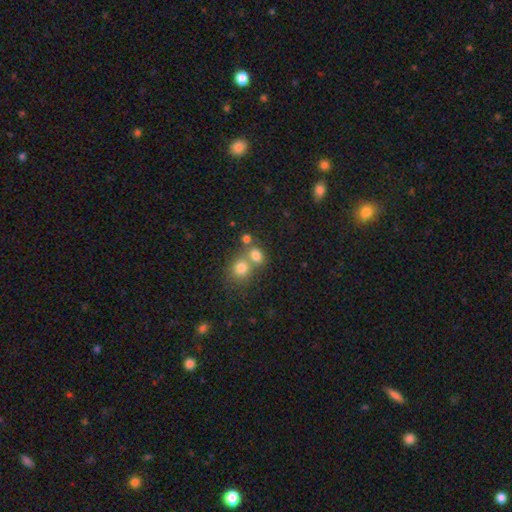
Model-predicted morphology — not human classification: smooth-or-featured: smooth: 76% | star or artifact: 14% | featured or disk: 10%
  how-rounded: round: 57% | in between: 42% | cigar-shaped: 1%
  merging: merger: 50% | none: 39% | minor disturbance: 8% | major disturbance: 4%